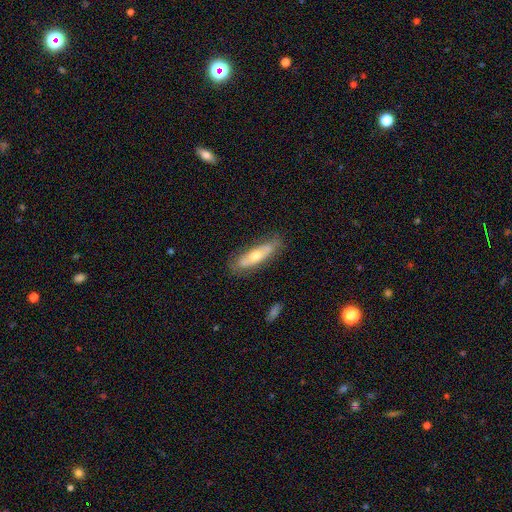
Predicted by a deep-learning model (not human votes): Q: Smooth or featured?
A: featured or disk (52%); runner-up: smooth (41%)
Q: Edge-on disk?
A: yes (51%); runner-up: no (49%)
Q: Merging?
A: none (79%); runner-up: minor disturbance (15%)